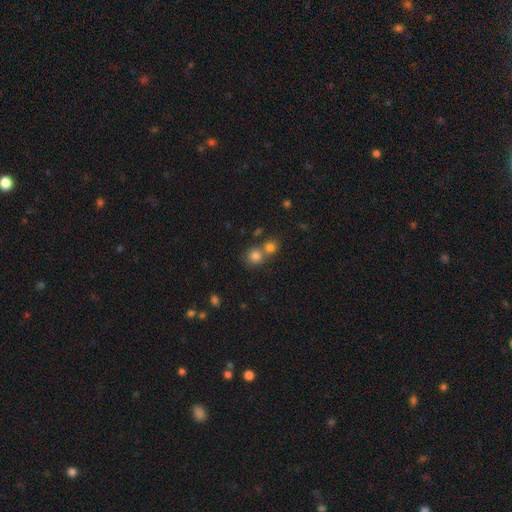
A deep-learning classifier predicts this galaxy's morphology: Q: Smooth or featured?
A: smooth (79%); runner-up: star or artifact (13%)
Q: How rounded?
A: round (83%); runner-up: in between (16%)
Q: Merging?
A: none (48%); runner-up: merger (43%)